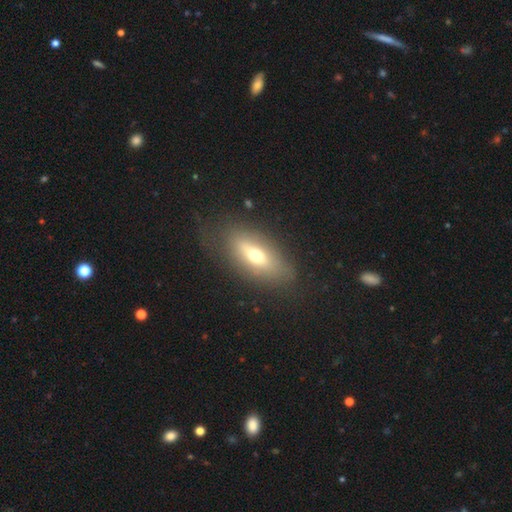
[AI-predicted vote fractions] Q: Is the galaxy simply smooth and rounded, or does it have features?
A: smooth — 56%.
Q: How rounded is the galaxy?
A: in between — 75%.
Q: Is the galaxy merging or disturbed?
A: none — 75%.